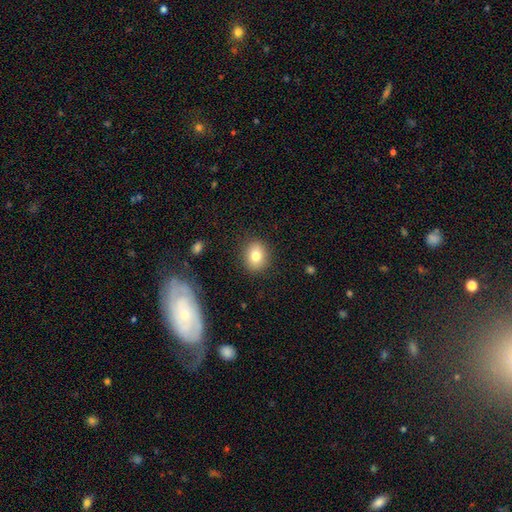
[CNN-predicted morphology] Q: Smooth or featured?
A: smooth (80%); runner-up: featured or disk (11%)
Q: How rounded?
A: round (59%); runner-up: in between (39%)
Q: Merging?
A: none (87%); runner-up: minor disturbance (9%)